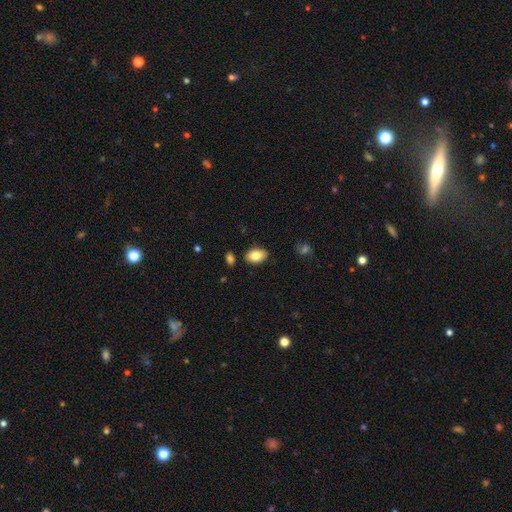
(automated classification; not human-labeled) smooth 84%, featured or disk 9%, star or artifact 8%. Down the decision tree: how rounded — in between (88%); merging — none (85%).